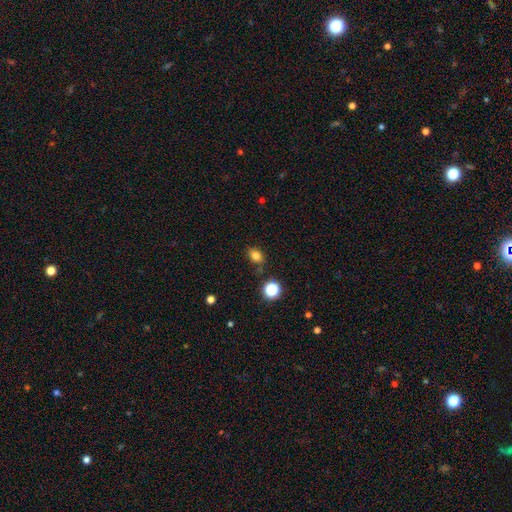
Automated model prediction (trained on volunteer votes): smooth-or-featured: smooth: 80% | star or artifact: 14% | featured or disk: 6%
  how-rounded: in between: 70% | round: 29% | cigar-shaped: 1%
  merging: none: 79% | minor disturbance: 14% | merger: 4% | major disturbance: 3%